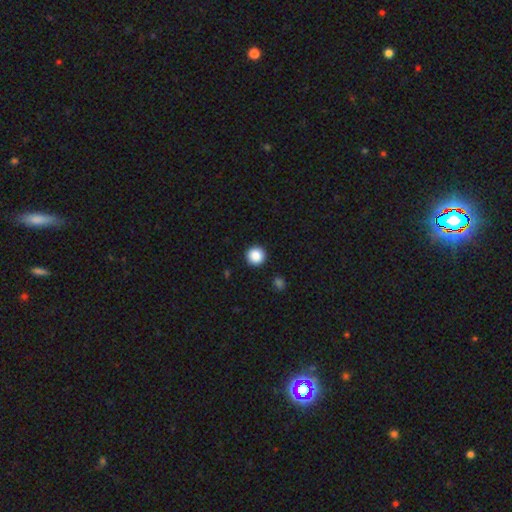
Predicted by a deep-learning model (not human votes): A smooth galaxy with no disk features (88%) that is round (96%). Merging: none (93%).